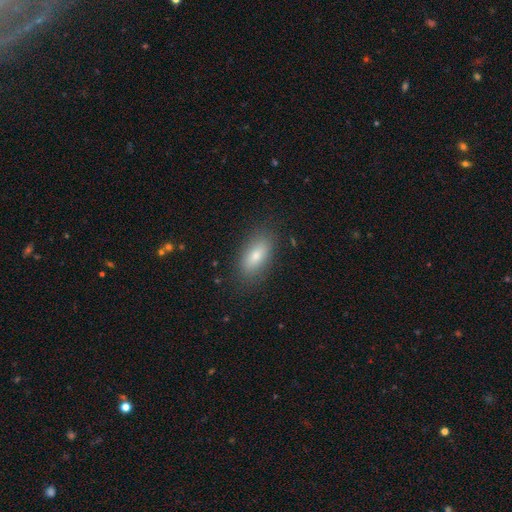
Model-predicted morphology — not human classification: type=smooth (77%); roundness=in between (85%); merging=none (84%).